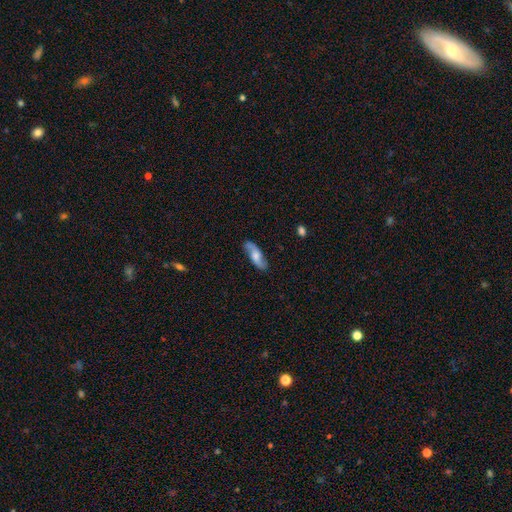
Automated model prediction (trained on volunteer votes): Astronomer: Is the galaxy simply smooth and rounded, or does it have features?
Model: featured or disk — 58% (runner-up: smooth, 36%).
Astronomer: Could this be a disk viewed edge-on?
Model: no — 83%.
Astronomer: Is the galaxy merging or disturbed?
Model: none — 81%.